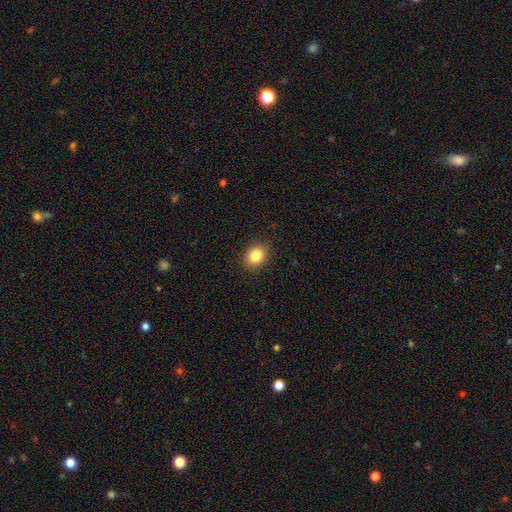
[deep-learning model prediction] A smooth galaxy with no disk features (86%) that is in between round and cigar-shaped (55%). Merging: none (86%).